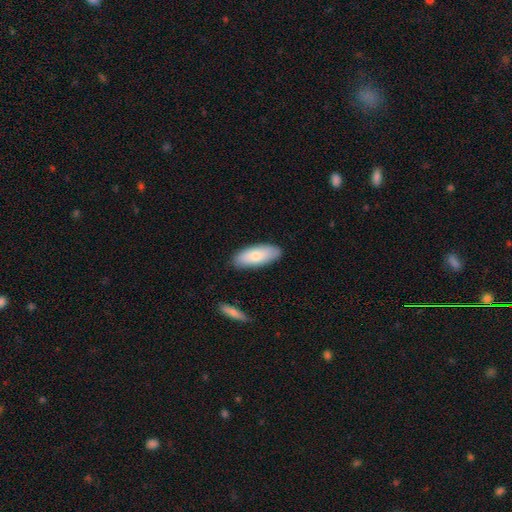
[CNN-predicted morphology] A smooth galaxy with no disk features (76%) that is in between round and cigar-shaped (83%).

Vote fractions:
- Smooth or featured? smooth: 76% / featured or disk: 18% / star or artifact: 6%
- How rounded? in between: 83% / cigar-shaped: 15% / round: 2%
- Merging? none: 87% / minor disturbance: 10% / major disturbance: 2% / merger: 2%